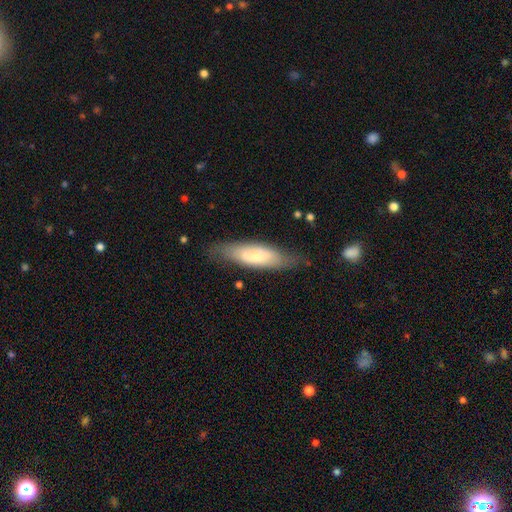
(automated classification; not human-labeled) Q: Smooth or featured?
A: smooth (59%); runner-up: featured or disk (34%)
Q: How rounded?
A: cigar-shaped (55%); runner-up: in between (43%)
Q: Merging?
A: none (75%); runner-up: minor disturbance (18%)